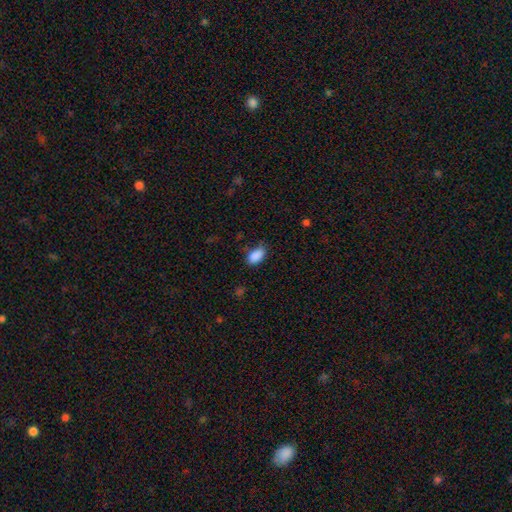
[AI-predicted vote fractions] smooth_or_featured: smooth (p=0.89) [alt: star or artifact p=0.08]
how_rounded: in between (p=0.92) [alt: round p=0.06]
merging: none (p=0.73) [alt: minor disturbance p=0.21]